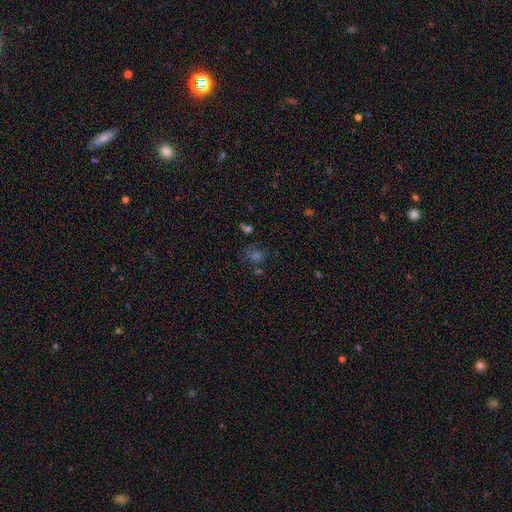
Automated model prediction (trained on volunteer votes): star or artifact 44%, smooth 35%, featured or disk 22%.